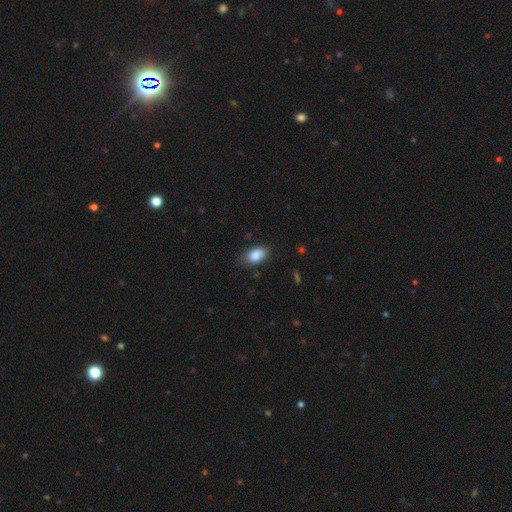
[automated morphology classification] Q: Smooth or featured?
A: smooth (86%); runner-up: star or artifact (7%)
Q: How rounded?
A: in between (90%); runner-up: round (8%)
Q: Merging?
A: none (71%); runner-up: minor disturbance (24%)